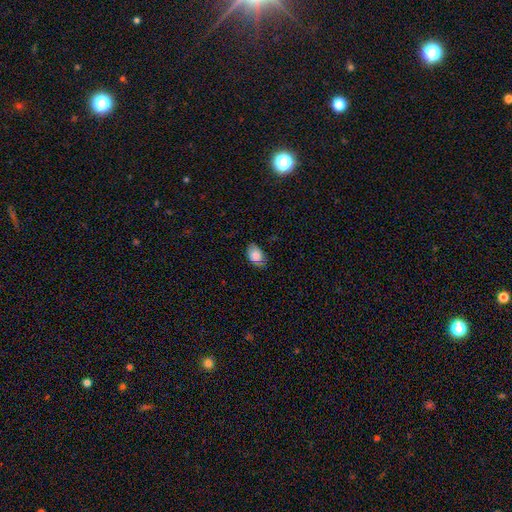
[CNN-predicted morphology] smooth 84%, featured or disk 8%, star or artifact 7%. Down the decision tree: how rounded — in between (87%); merging — none (76%).